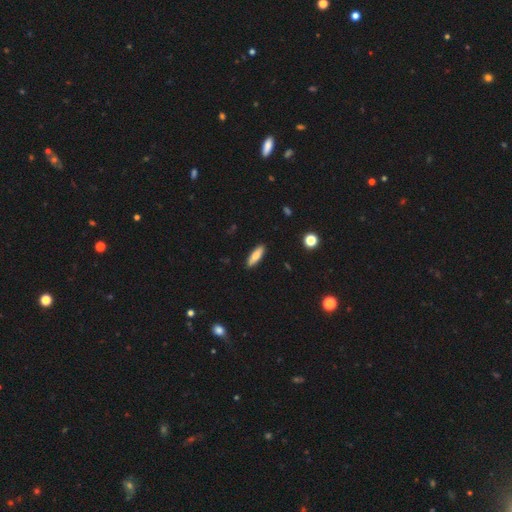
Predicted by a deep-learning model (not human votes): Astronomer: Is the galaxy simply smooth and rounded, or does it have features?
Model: smooth — 75%.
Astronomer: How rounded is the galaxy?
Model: cigar-shaped — 52% (runner-up: in between, 46%).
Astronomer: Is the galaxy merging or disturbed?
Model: none — 89%.